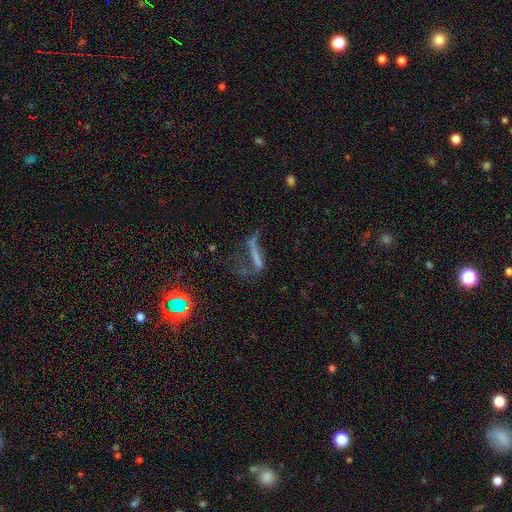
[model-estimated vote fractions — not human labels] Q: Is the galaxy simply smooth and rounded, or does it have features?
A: featured or disk — 43%.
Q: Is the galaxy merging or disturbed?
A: major disturbance — 43%.